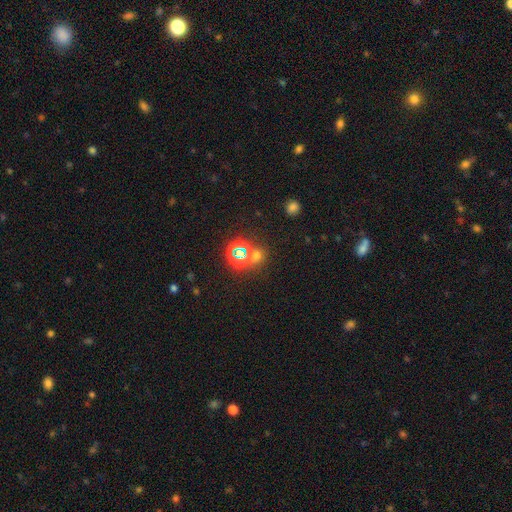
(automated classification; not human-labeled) smooth-or-featured: star or artifact: 52% | smooth: 40% | featured or disk: 8%